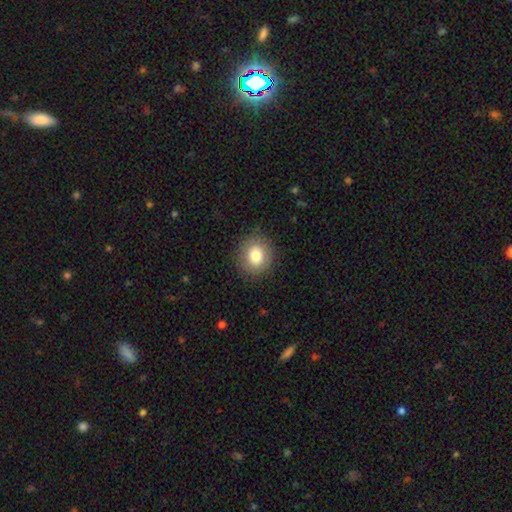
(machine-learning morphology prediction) smooth_or_featured: smooth (p=0.80) [alt: featured or disk p=0.11]
how_rounded: round (p=0.80) [alt: in between p=0.19]
merging: none (p=0.86) [alt: minor disturbance p=0.10]